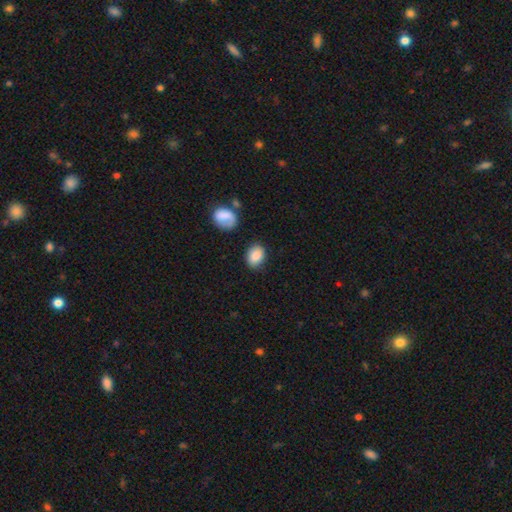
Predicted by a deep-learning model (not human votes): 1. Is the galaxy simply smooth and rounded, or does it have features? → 86% smooth, 8% star or artifact, 6% featured or disk.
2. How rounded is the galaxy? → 64% in between, 35% round, 1% cigar-shaped.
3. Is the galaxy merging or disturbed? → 80% none, 14% minor disturbance, 3% major disturbance, 3% merger.